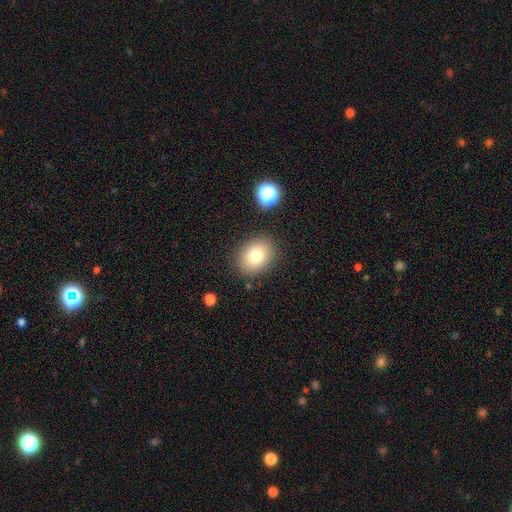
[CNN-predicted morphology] smooth-or-featured: smooth: 81% | star or artifact: 10% | featured or disk: 9%
  how-rounded: in between: 61% | round: 38% | cigar-shaped: 1%
  merging: none: 85% | minor disturbance: 10% | major disturbance: 3% | merger: 2%